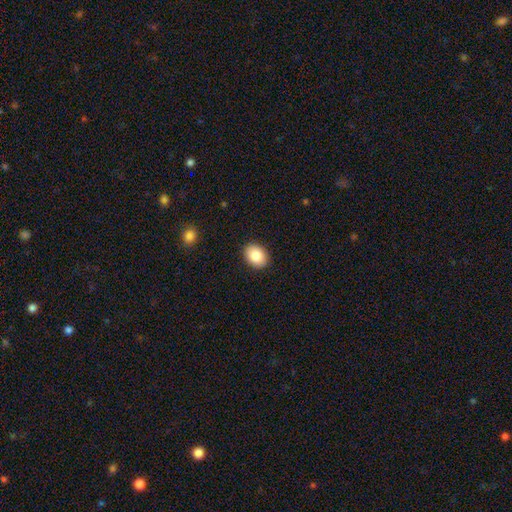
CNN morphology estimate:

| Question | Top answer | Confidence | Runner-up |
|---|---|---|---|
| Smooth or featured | smooth | 85% | star or artifact (8%) |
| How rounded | in between | 71% | round (28%) |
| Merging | none | 90% | minor disturbance (7%) |